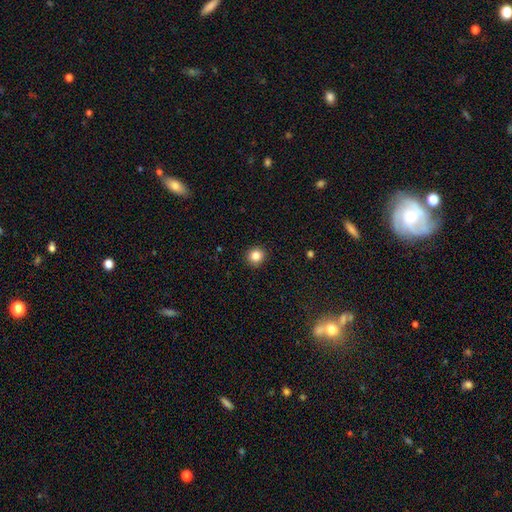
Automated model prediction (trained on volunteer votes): Smooth or featured? Predicted: smooth (p=0.85). How rounded? Predicted: round (p=0.92). Merging? Predicted: none (p=0.92).